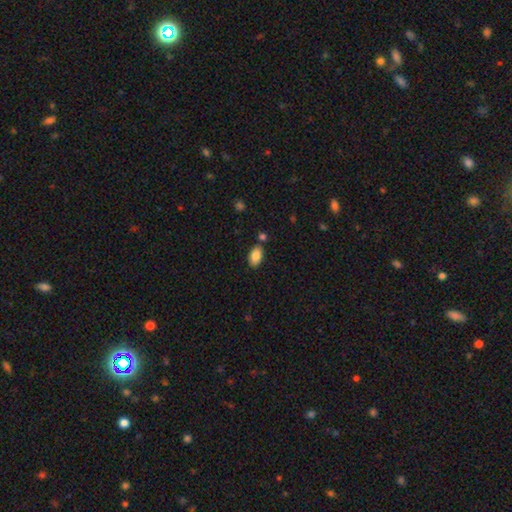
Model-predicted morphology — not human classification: This is clearly a smooth galaxy (86%). How rounded: clearly in between (93%). Merging: likely none (79%).